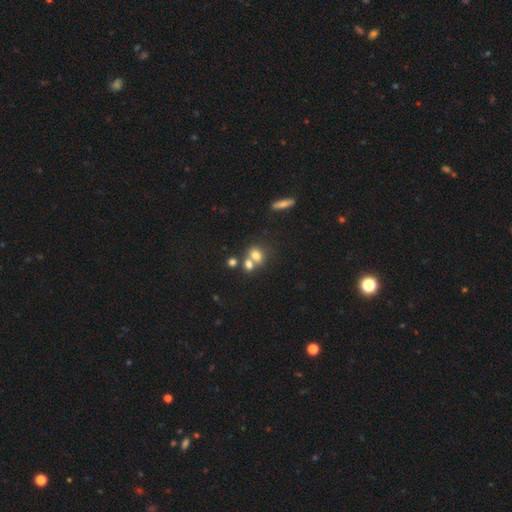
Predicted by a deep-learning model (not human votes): Smooth or featured: smooth — 71% (featured or disk — 15%)
How rounded: round — 52% (in between — 46%)
Merging: merger — 52% (none — 36%)